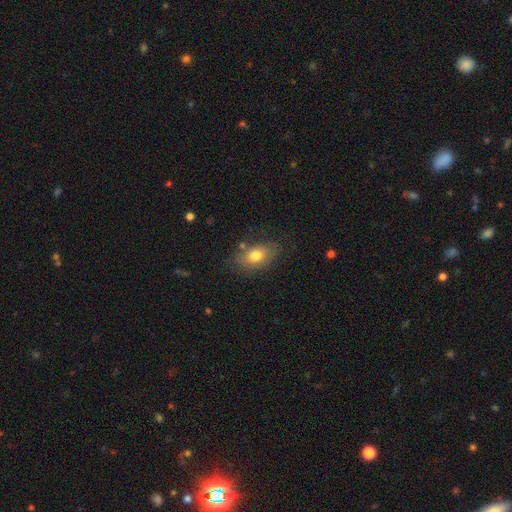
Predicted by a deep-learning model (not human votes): This is likely a smooth galaxy (77%). How rounded: clearly in between (86%). Merging: likely none (74%).